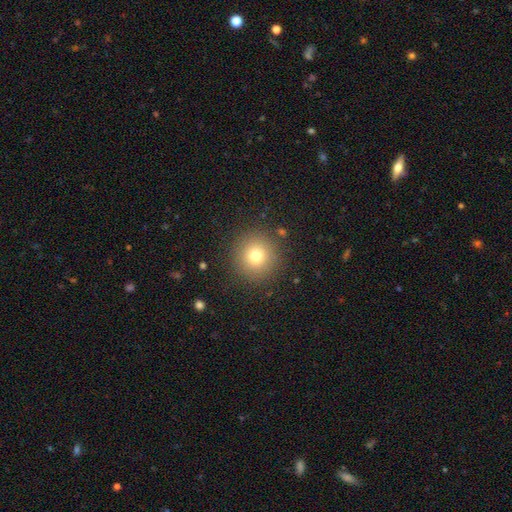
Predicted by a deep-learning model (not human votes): A smooth galaxy with no disk features (76%) that is round (95%). Merging: none (89%).